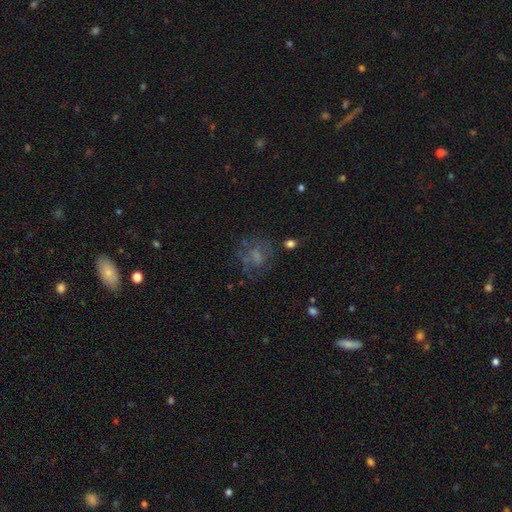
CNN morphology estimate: This appears to be a smooth galaxy with no disk features (45%). Merging: none (55%).